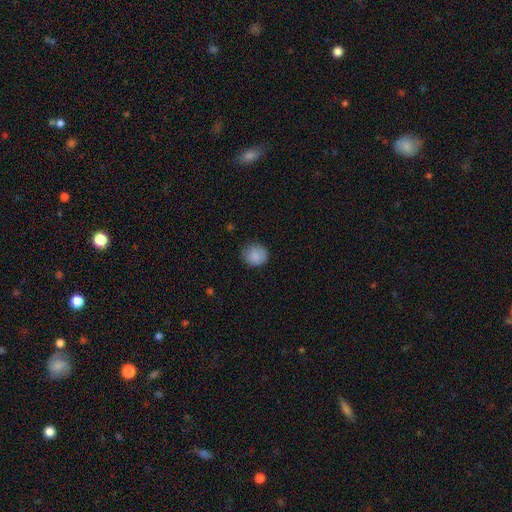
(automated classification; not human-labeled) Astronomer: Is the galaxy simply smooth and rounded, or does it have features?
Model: smooth — 87%.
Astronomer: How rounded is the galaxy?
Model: round — 82%.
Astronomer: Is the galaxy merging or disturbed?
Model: none — 80%.